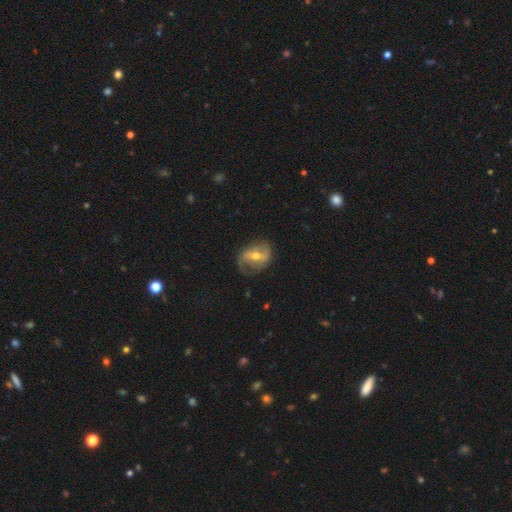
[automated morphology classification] smooth-or-featured: featured or disk: 80% | smooth: 14% | star or artifact: 6%
  disk-edge-on: no: 96% | yes: 4%
    bar: weak: 44% | strong: 36% | no: 20%
    has-spiral-arms: yes: 90% | no: 10%
      spiral-winding: loose: 46% | medium: 39% | tight: 15%
      spiral-arm-count: 2: 83% | 1: 7% | can't tell: 6% | 3: 2% | 4: 1% | more than 4: 1%
    bulge-size: moderate: 65% | small: 30% | large: 3% | none: 1% | dominant: 1%
  merging: none: 70% | minor disturbance: 19% | major disturbance: 10% | merger: 1%